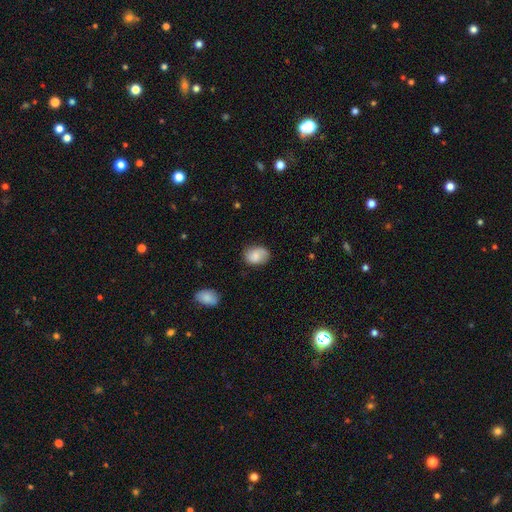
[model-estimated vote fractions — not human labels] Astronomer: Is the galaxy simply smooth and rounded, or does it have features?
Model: smooth — 73%.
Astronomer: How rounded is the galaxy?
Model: in between — 68%.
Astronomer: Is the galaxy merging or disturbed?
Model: none — 70%.